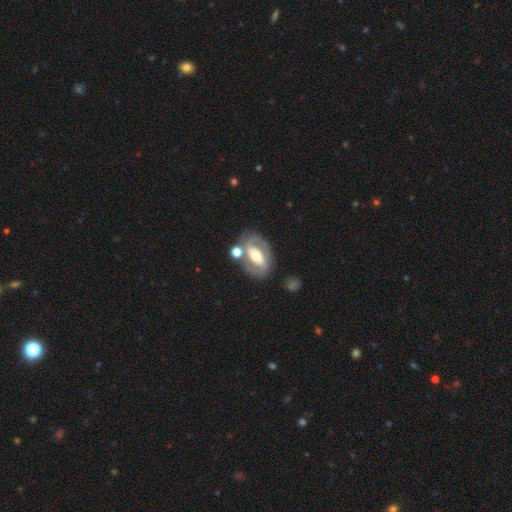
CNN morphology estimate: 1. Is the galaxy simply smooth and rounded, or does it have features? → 77% featured or disk, 18% smooth, 5% star or artifact.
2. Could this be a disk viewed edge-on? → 94% no, 6% yes.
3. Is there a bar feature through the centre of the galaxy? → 42% strong, 31% weak, 27% no.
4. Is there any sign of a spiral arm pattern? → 72% yes, 28% no.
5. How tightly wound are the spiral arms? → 51% tight, 36% medium, 12% loose.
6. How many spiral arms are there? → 75% 2, 14% can't tell, 6% 1, 2% 3, 1% 4, 1% more than 4.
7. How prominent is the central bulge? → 66% moderate, 21% small, 11% large, 1% dominant, 1% none.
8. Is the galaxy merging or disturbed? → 68% none, 15% minor disturbance, 10% merger, 7% major disturbance.